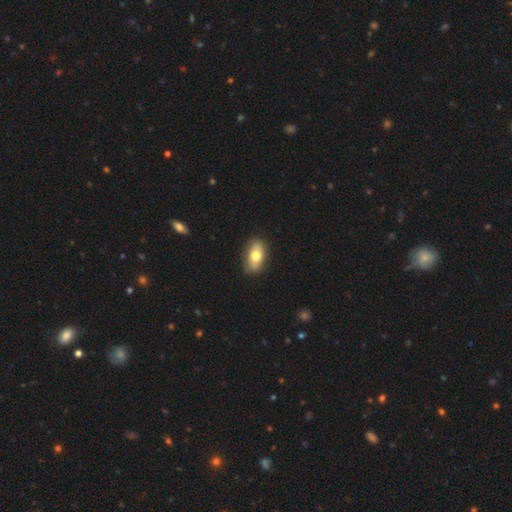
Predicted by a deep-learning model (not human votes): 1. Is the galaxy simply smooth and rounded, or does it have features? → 69% smooth, 25% featured or disk, 6% star or artifact.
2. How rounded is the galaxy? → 89% in between, 6% round, 4% cigar-shaped.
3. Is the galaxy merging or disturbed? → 83% none, 14% minor disturbance, 3% major disturbance, 1% merger.